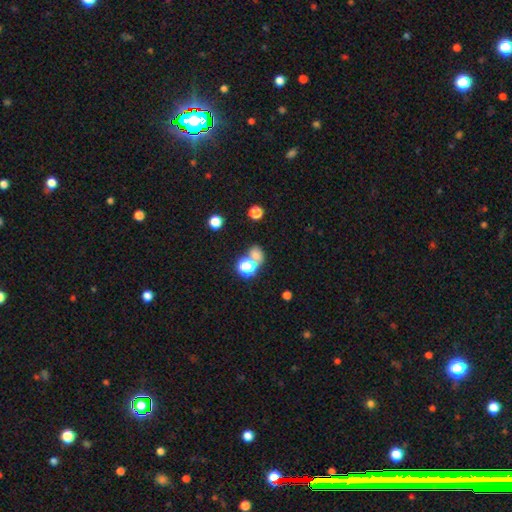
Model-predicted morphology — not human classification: A smooth galaxy with no disk features (63%) that is round (57%).

Vote fractions:
- Smooth or featured? smooth: 63% / star or artifact: 27% / featured or disk: 10%
- How rounded? round: 57% / in between: 41% / cigar-shaped: 2%
- Merging? none: 47% / merger: 36% / minor disturbance: 10% / major disturbance: 7%